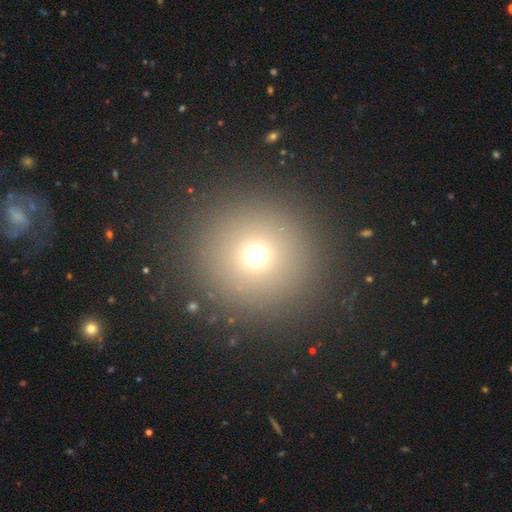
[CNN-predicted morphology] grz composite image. It shows a smooth galaxy with no disk features (69%) that is round (95%). Merging: none (90%).